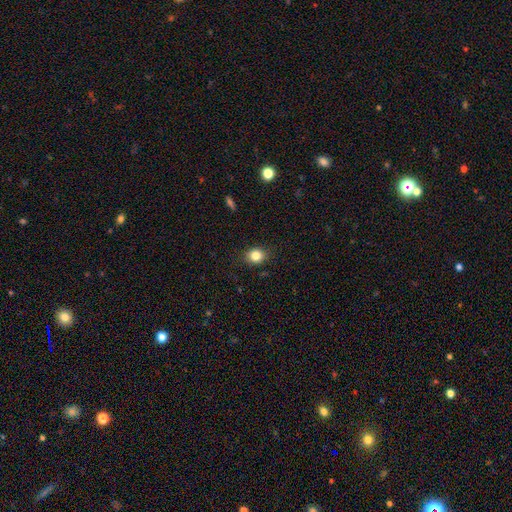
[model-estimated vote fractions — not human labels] Smooth or featured?
  - smooth: 83% *
  - star or artifact: 11%
  - featured or disk: 6%
How rounded?
  - round: 67% *
  - in between: 32%
  - cigar-shaped: 1%
Merging?
  - none: 87% *
  - minor disturbance: 10%
  - major disturbance: 2%
  - merger: 1%